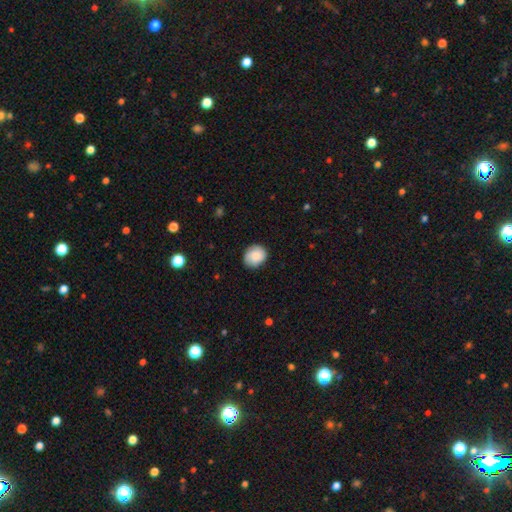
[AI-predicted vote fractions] Smooth or featured?
  - smooth: 84% *
  - featured or disk: 9%
  - star or artifact: 7%
How rounded?
  - round: 71% *
  - in between: 28%
  - cigar-shaped: 1%
Merging?
  - none: 82% *
  - minor disturbance: 14%
  - major disturbance: 3%
  - merger: 1%